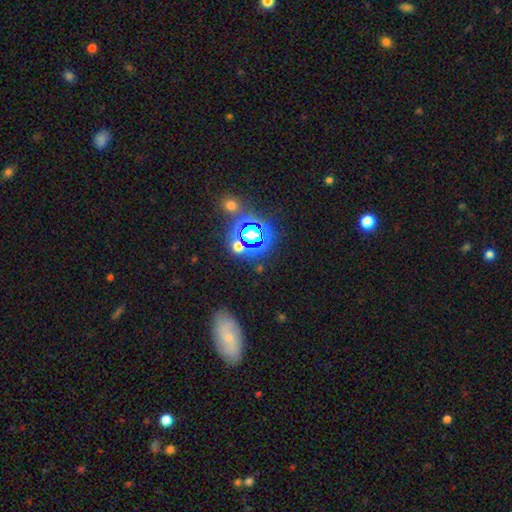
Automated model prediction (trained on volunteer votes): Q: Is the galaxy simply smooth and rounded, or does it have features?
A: star or artifact — 68%.